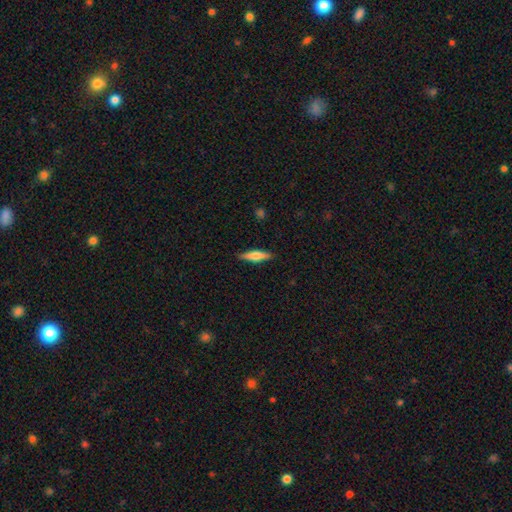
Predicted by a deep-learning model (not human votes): The model was most divided on "smooth or featured": smooth: 61%, featured or disk: 33%, star or artifact: 6%. More confident: merging — none (89%); how rounded — cigar-shaped (71%).